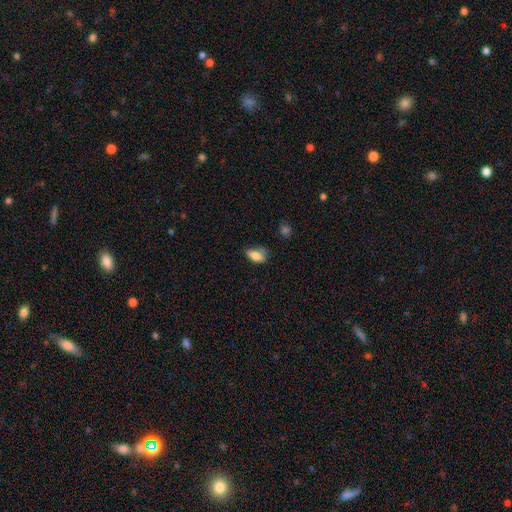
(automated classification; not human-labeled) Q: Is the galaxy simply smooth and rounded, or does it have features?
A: smooth — 78%.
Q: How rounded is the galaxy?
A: in between — 85%.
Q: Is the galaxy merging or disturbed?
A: none — 44%.